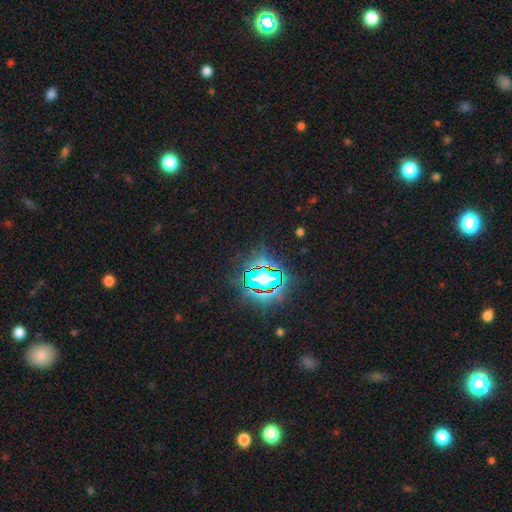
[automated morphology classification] Overall: star or artifact (82%).